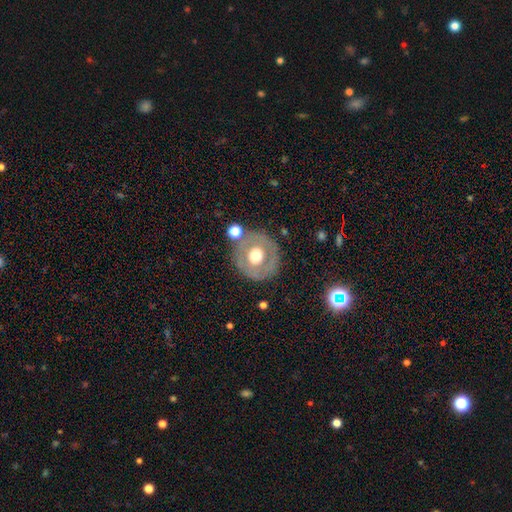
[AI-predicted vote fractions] smooth_or_featured: featured or disk (p=0.47) [alt: smooth p=0.46]
merging: none (p=0.78) [alt: minor disturbance p=0.12]